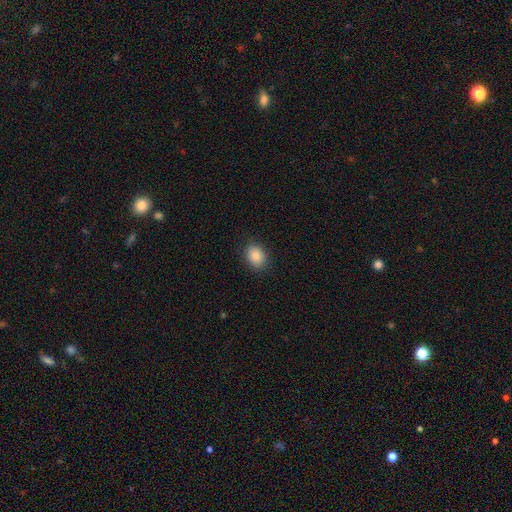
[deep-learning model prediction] A smooth galaxy with no disk features (88%) that is in between round and cigar-shaped (56%). Merging: none (87%).